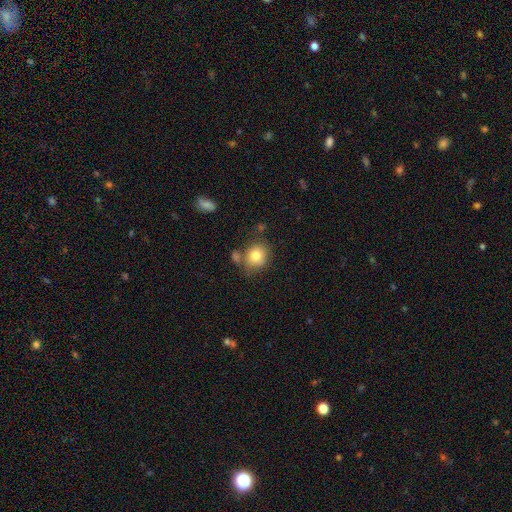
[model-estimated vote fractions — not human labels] Smooth or featured? smooth (81%)
How rounded? round (67%)
Merging? none (67%)